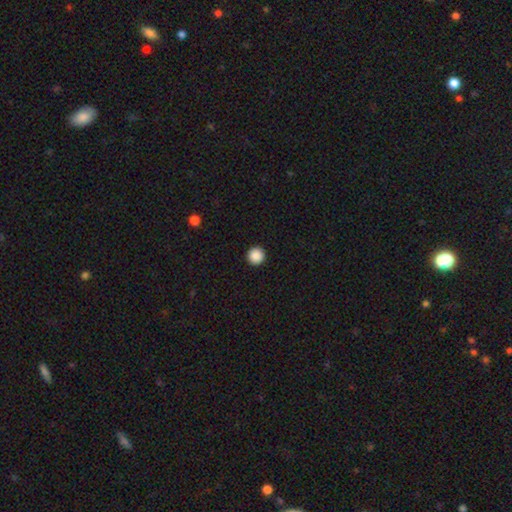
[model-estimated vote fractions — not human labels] Morphology: type=smooth (89%); roundness=round (97%); merging=none (94%).